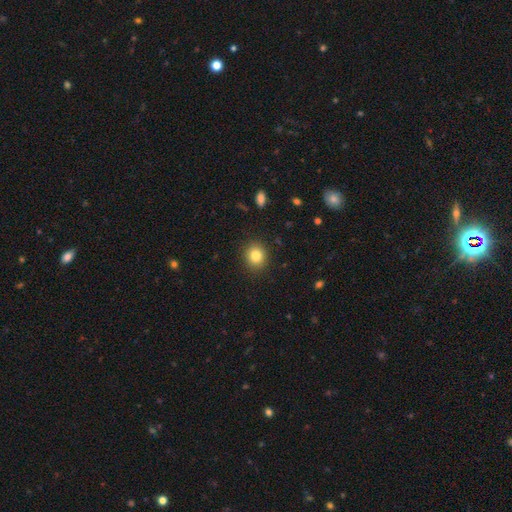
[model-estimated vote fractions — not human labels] Overall: smooth (83%). How rounded: round (81%). Merging: none (90%).